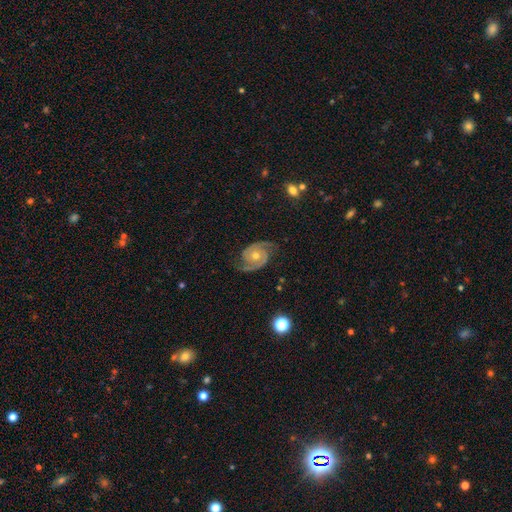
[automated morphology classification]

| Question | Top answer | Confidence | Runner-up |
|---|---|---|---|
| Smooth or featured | featured or disk | 91% | star or artifact (5%) |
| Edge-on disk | no | 98% | yes (2%) |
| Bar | no | 76% | weak (19%) |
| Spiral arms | yes | 98% | no (2%) |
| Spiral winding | tight | 46% | tied: medium (46%) |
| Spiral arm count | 2 | 93% | 3 (2%) |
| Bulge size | moderate | 62% | small (34%) |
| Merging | none | 81% | minor disturbance (13%) |